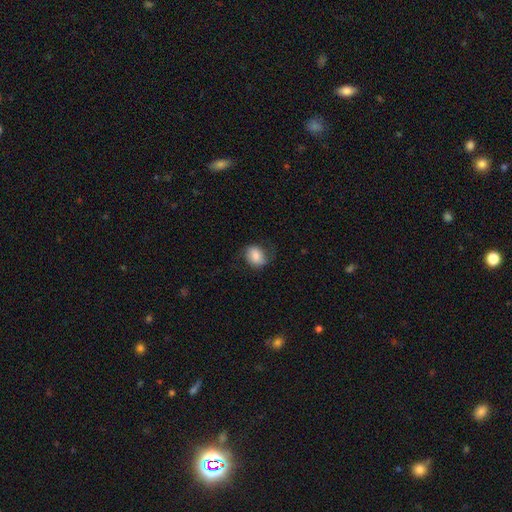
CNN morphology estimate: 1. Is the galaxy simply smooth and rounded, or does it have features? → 67% smooth, 25% featured or disk, 8% star or artifact.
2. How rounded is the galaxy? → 51% in between, 48% round, 1% cigar-shaped.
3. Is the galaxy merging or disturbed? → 67% none, 21% minor disturbance, 11% major disturbance, 1% merger.